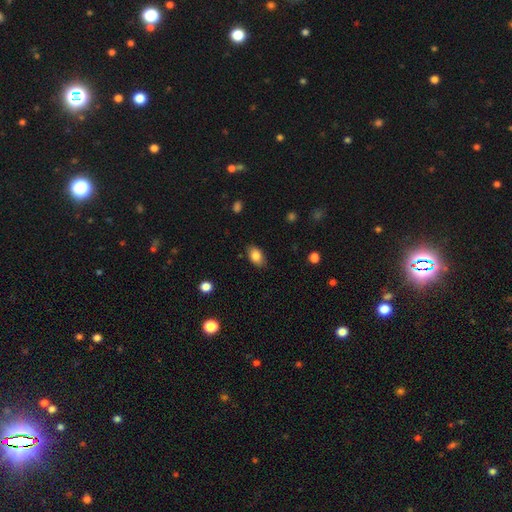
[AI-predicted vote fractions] Morphology: type=smooth (85%); roundness=in between (88%); merging=none (84%).